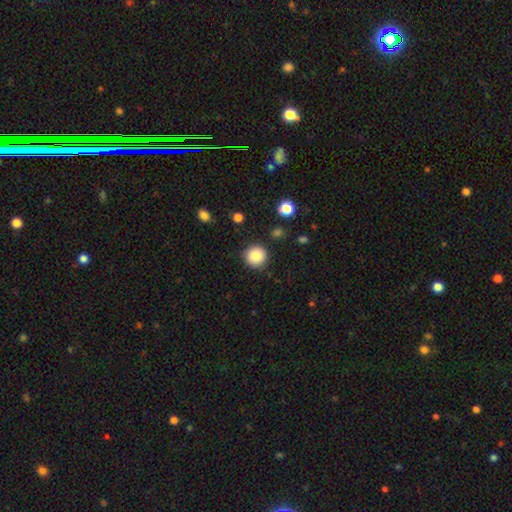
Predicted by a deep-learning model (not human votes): Smooth or featured? smooth (85%)
How rounded? round (95%)
Merging? none (88%)